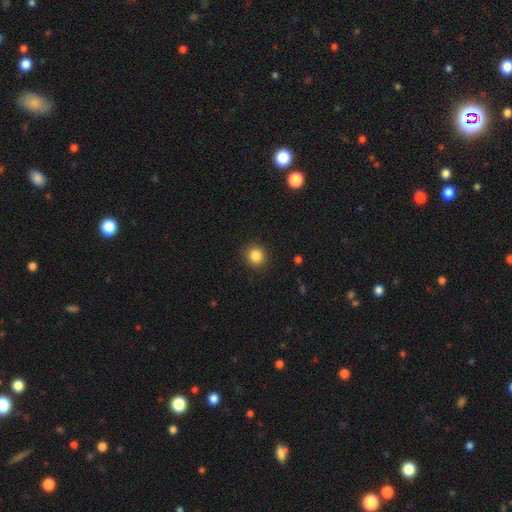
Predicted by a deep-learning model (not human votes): Overall: smooth (85%). How rounded: round (90%). Merging: none (91%).